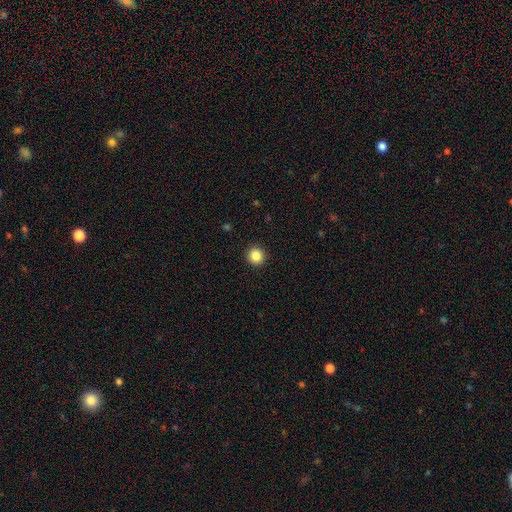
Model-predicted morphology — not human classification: Q: Smooth or featured?
A: smooth (86%); runner-up: star or artifact (10%)
Q: How rounded?
A: round (93%); runner-up: in between (6%)
Q: Merging?
A: none (93%); runner-up: minor disturbance (5%)